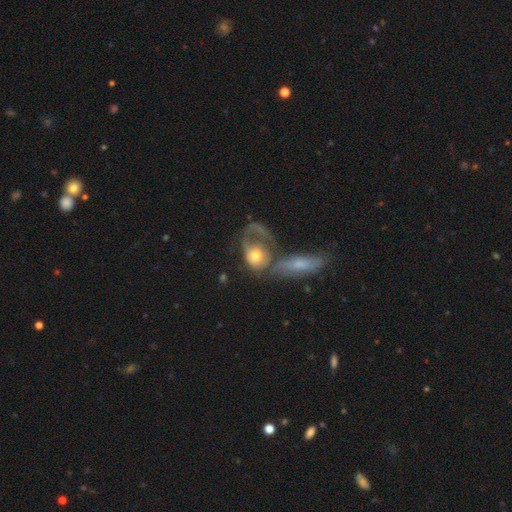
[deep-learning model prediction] A smooth galaxy with no disk features (52%) that is in between round and cigar-shaped (57%). Merging: merger (41%).